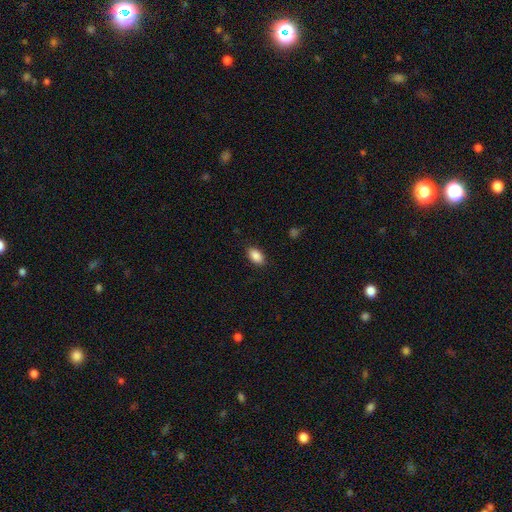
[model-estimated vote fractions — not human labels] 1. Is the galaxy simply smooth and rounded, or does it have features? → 89% smooth, 7% star or artifact, 4% featured or disk.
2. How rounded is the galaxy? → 92% in between, 6% round, 2% cigar-shaped.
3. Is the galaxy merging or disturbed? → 88% none, 9% minor disturbance, 2% major disturbance, 1% merger.